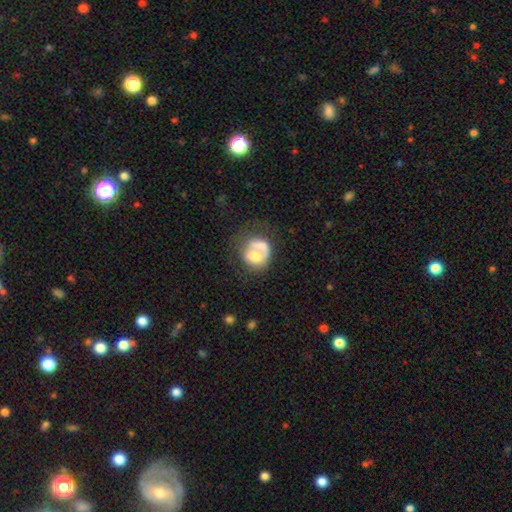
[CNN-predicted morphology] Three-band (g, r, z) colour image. It shows a smooth galaxy with no disk features (47%). Merging: merger (39%).